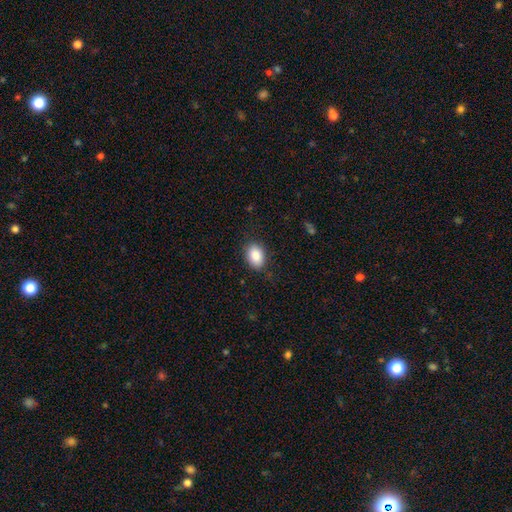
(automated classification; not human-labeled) Smooth or featured: smooth — 88% (star or artifact — 7%)
How rounded: in between — 82% (round — 17%)
Merging: none — 83% (minor disturbance — 12%)